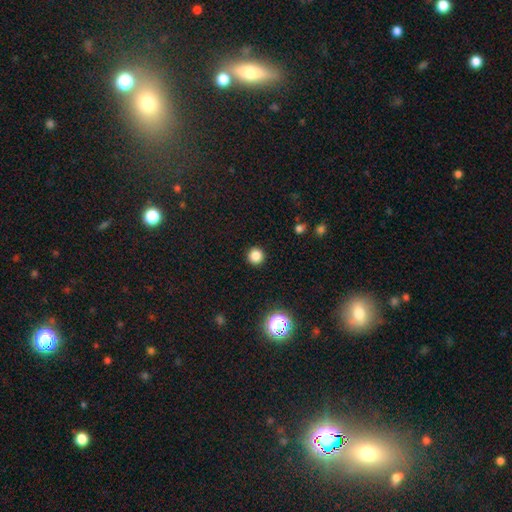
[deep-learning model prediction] Smooth or featured?
  - smooth: 83% *
  - star or artifact: 13%
  - featured or disk: 3%
How rounded?
  - round: 96% *
  - in between: 3%
  - cigar-shaped: 1%
Merging?
  - none: 93% *
  - minor disturbance: 4%
  - major disturbance: 2%
  - merger: 1%